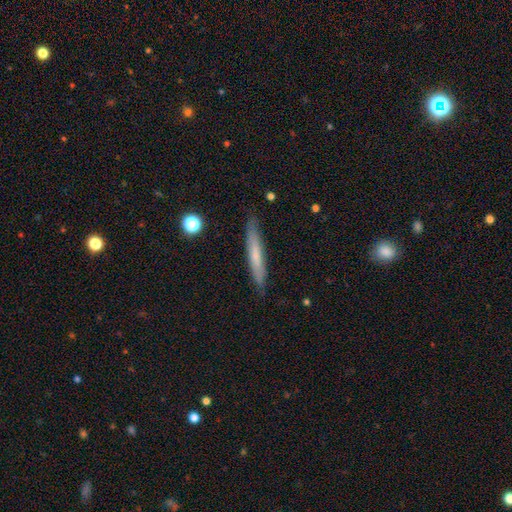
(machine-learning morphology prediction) This appears to be a smooth galaxy with no disk features (61%) that is cigar-shaped (94%). Merging: none (86%).